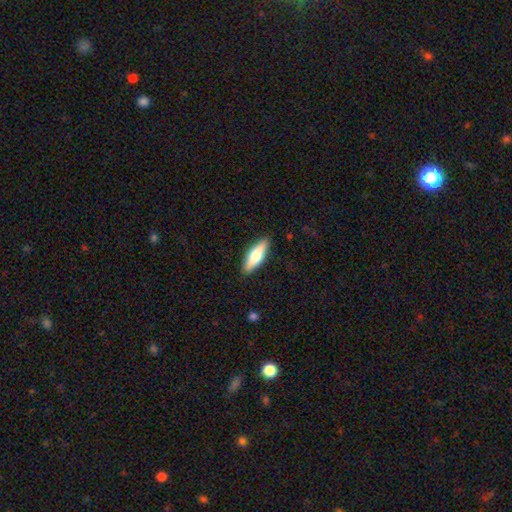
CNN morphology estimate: This appears to be a smooth galaxy with no disk features (61%) that is in between round and cigar-shaped (51%). Merging: none (89%).